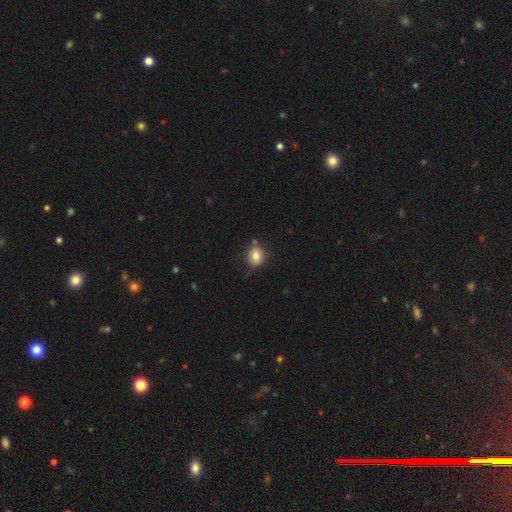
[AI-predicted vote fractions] Smooth or featured? Predicted: smooth (p=0.82). How rounded? Predicted: round (p=0.59). Merging? Predicted: none (p=0.71).